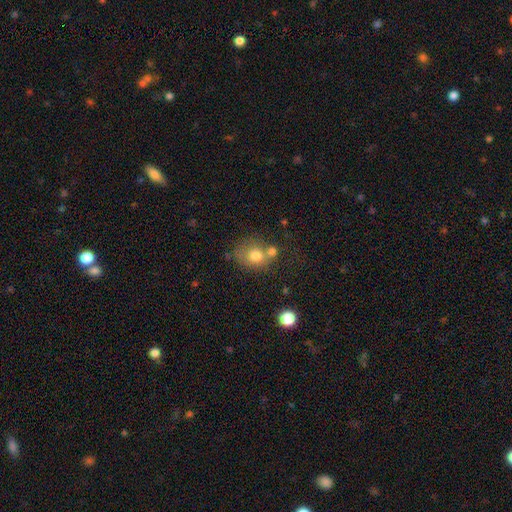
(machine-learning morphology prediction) Smooth or featured: smooth — 75% (featured or disk — 14%)
How rounded: round — 65% (in between — 34%)
Merging: none — 43% (merger — 34%)